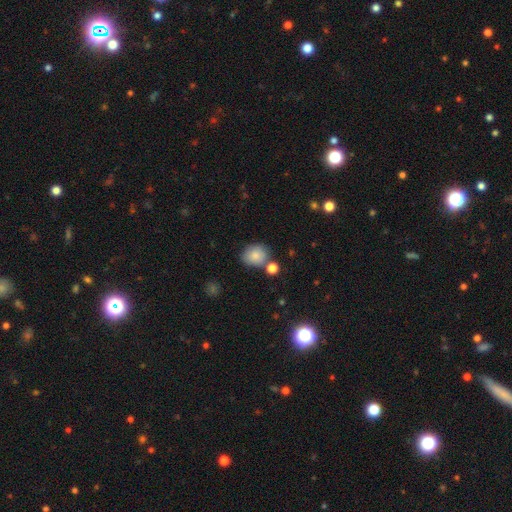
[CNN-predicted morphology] smooth-or-featured: smooth: 83% | star or artifact: 9% | featured or disk: 8%
  how-rounded: round: 60% | in between: 39% | cigar-shaped: 1%
  merging: none: 67% | minor disturbance: 15% | merger: 13% | major disturbance: 4%